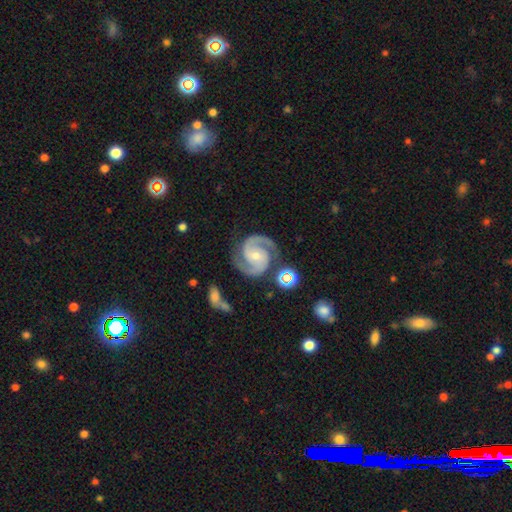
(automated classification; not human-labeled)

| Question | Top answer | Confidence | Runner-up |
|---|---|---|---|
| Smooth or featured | featured or disk | 93% | star or artifact (5%) |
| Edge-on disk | no | 98% | yes (2%) |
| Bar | no | 54% | weak (30%) |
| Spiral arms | yes | 99% | no (1%) |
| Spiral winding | medium | 53% | tight (41%) |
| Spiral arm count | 2 | 93% | 3 (2%) |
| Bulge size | small | 62% | moderate (33%) |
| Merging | none | 81% | minor disturbance (12%) |